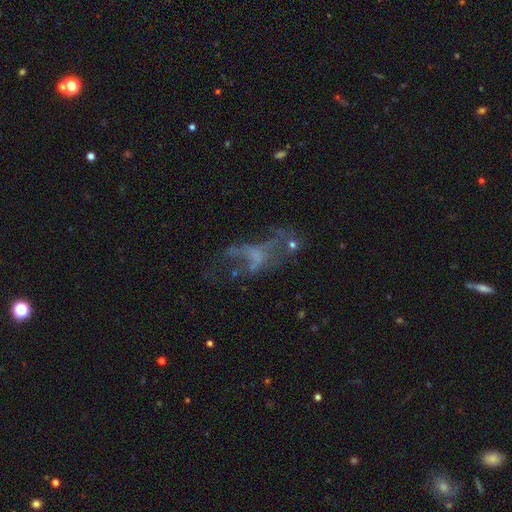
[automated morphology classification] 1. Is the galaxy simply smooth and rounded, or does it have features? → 57% featured or disk, 21% star or artifact, 21% smooth.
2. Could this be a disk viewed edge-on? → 93% no, 7% yes.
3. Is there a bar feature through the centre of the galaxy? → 82% no, 14% weak, 5% strong.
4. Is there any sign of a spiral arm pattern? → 82% no, 18% yes.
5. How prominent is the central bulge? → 72% none, 16% small, 8% moderate, 3% large, 1% dominant.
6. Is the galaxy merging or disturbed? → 40% major disturbance, 35% none, 14% minor disturbance, 11% merger.